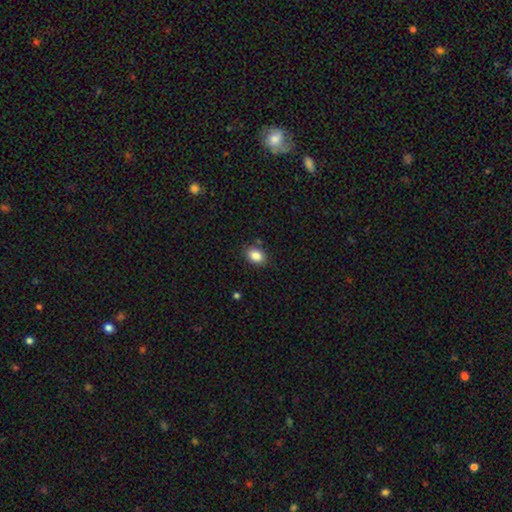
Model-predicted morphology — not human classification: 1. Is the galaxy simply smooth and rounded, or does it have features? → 86% smooth, 9% star or artifact, 5% featured or disk.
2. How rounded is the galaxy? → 76% in between, 23% round, 1% cigar-shaped.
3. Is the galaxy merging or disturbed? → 84% none, 10% minor disturbance, 3% merger, 2% major disturbance.